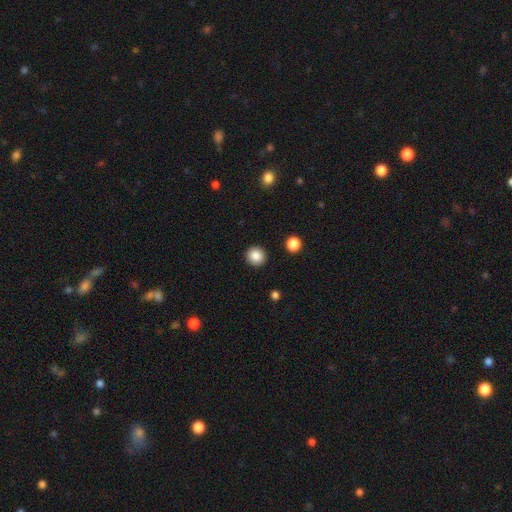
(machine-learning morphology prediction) type=smooth (87%); roundness=round (95%); merging=none (93%).